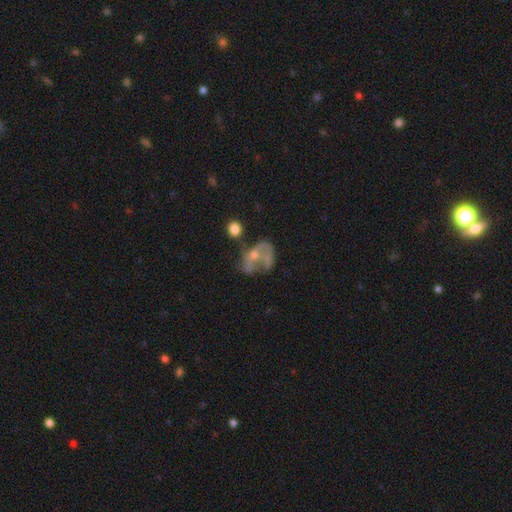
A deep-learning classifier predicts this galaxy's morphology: featured or disk 57%, smooth 31%, star or artifact 12%. Down the decision tree: edge-on disk — no (96%); bar — no (75%); spiral arms — no (63%); bulge size — small (43%); merging — major disturbance (35%).